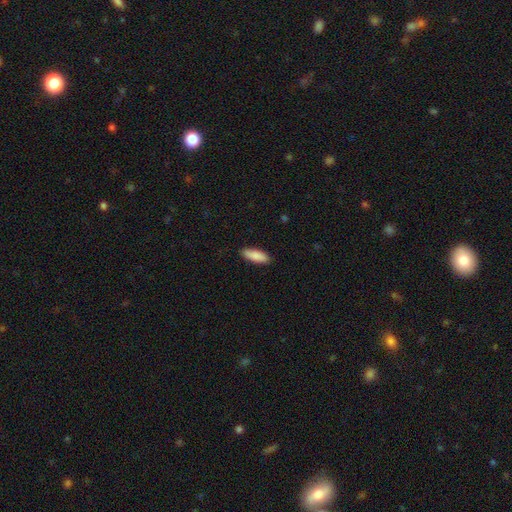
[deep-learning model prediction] A smooth galaxy with no disk features (88%) that is in between round and cigar-shaped (57%).

Vote fractions:
- Smooth or featured? smooth: 88% / featured or disk: 6% / star or artifact: 5%
- How rounded? in between: 57% / cigar-shaped: 41% / round: 2%
- Merging? none: 89% / minor disturbance: 8% / major disturbance: 2% / merger: 1%